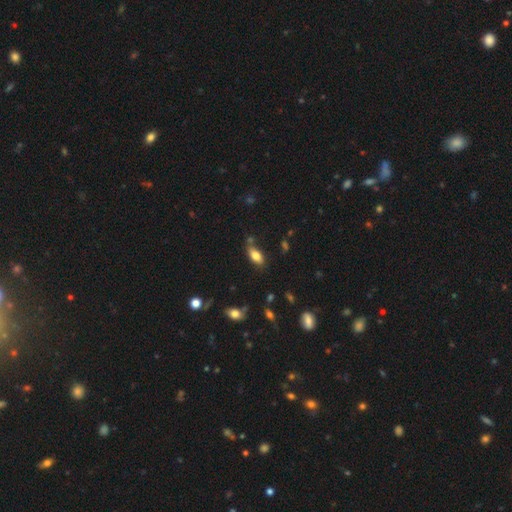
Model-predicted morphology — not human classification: Smooth or featured? smooth (79%)
How rounded? in between (87%)
Merging? none (68%)